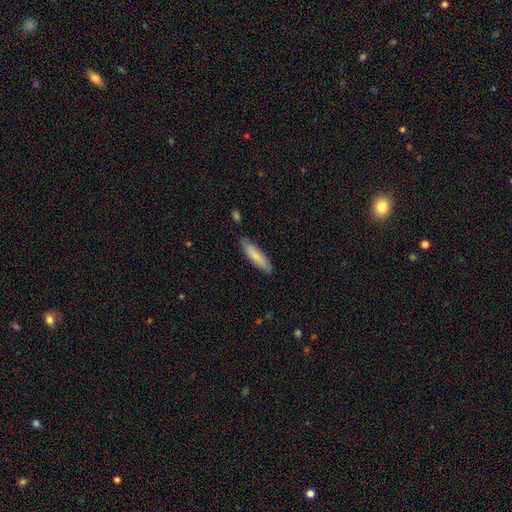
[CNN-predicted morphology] A smooth galaxy with no disk features (77%) that is cigar-shaped (73%). Merging: none (84%).